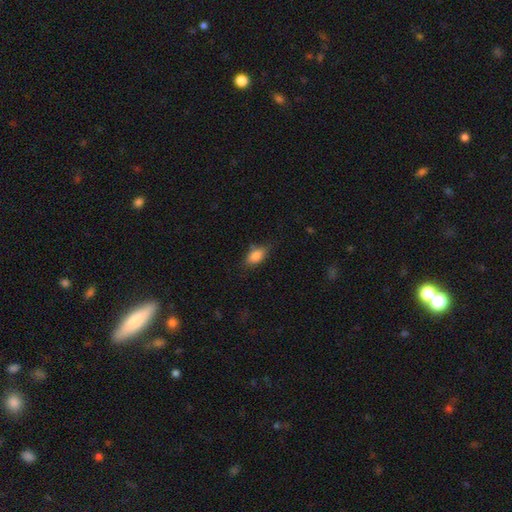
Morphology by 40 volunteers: Smooth or featured? smooth (92%)
How rounded? in between (95%)
Merging? none (69%)